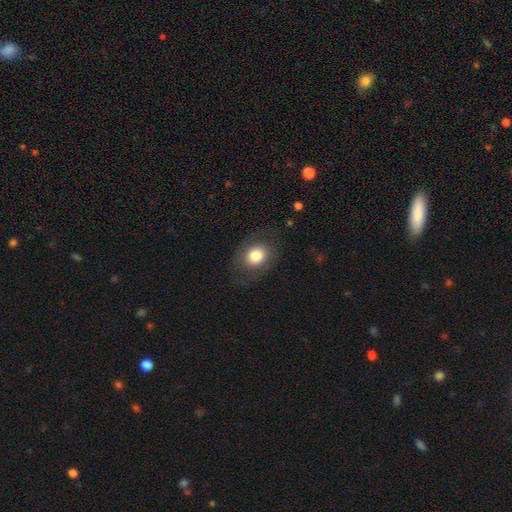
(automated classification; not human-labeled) Smooth or featured? smooth (76%)
How rounded? in between (53%)
Merging? none (78%)